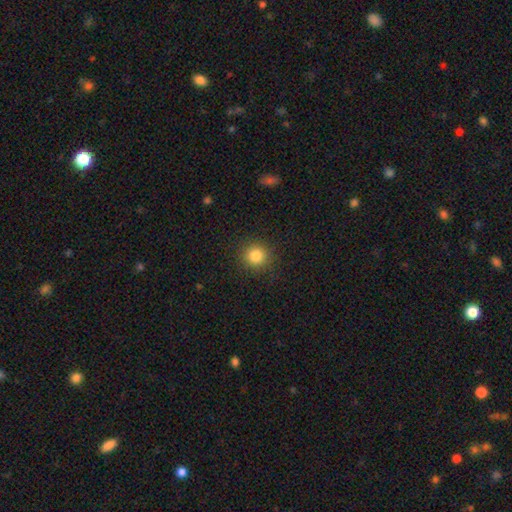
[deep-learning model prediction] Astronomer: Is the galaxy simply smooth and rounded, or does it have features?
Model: smooth — 83%.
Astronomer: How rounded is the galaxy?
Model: round — 92%.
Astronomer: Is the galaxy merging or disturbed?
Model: none — 90%.